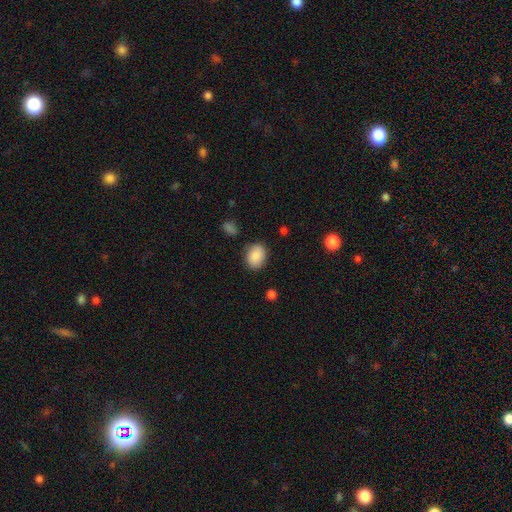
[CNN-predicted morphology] type=smooth (87%); roundness=in between (66%); merging=none (82%).